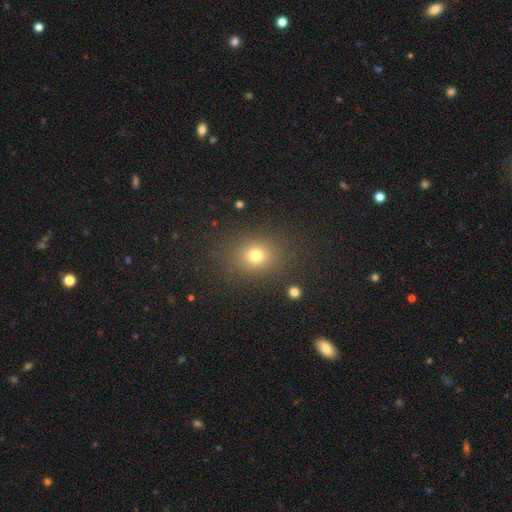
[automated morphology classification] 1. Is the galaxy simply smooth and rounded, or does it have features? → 75% smooth, 17% star or artifact, 8% featured or disk.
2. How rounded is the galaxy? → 62% round, 37% in between, 1% cigar-shaped.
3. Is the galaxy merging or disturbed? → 85% none, 9% minor disturbance, 4% major disturbance, 2% merger.